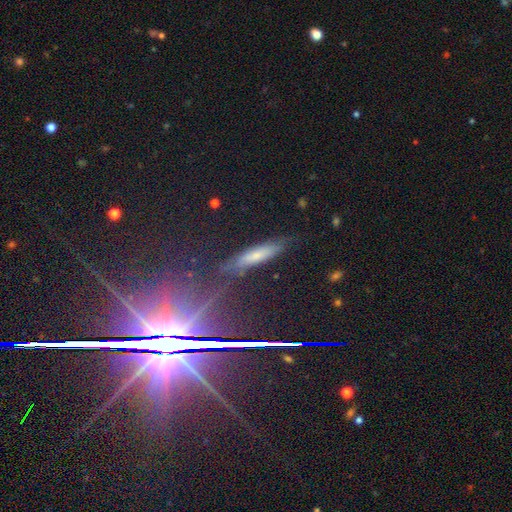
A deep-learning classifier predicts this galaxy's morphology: Smooth or featured: smooth — 44% (star or artifact — 30%)
Merging: none — 79% (minor disturbance — 14%)